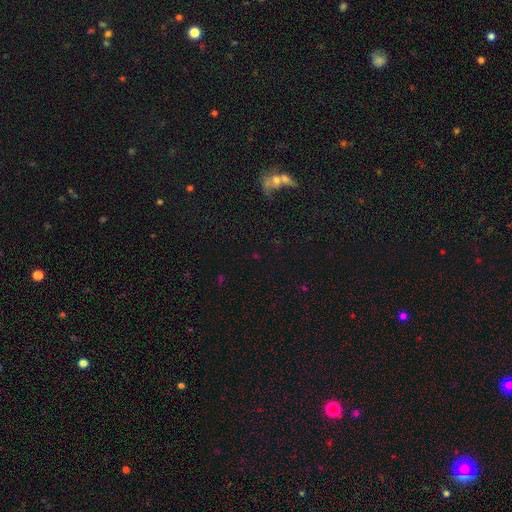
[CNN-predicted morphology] smooth-or-featured: star or artifact: 63% | smooth: 26% | featured or disk: 11%